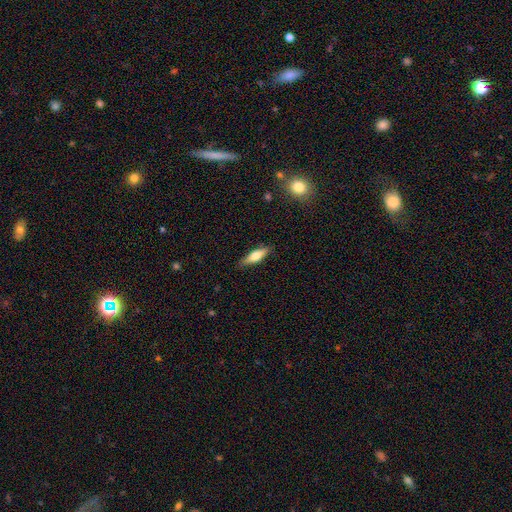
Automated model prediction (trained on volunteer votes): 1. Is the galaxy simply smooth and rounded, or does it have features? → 61% smooth, 32% featured or disk, 6% star or artifact.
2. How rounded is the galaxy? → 53% cigar-shaped, 45% in between, 2% round.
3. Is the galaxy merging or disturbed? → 85% none, 11% minor disturbance, 2% major disturbance, 1% merger.